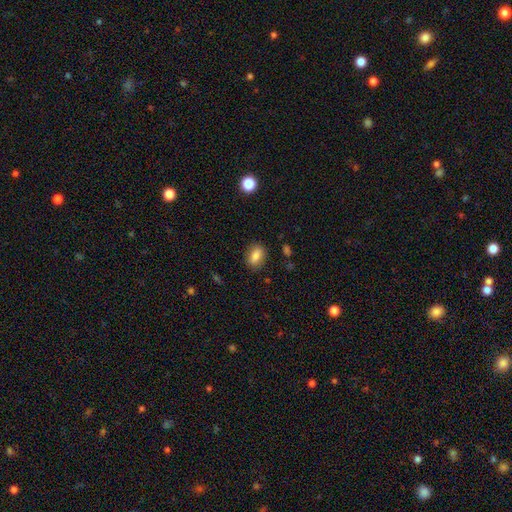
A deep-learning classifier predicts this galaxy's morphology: This appears to be a smooth galaxy with no disk features (83%) that is in between round and cigar-shaped (81%). Merging: none (85%).